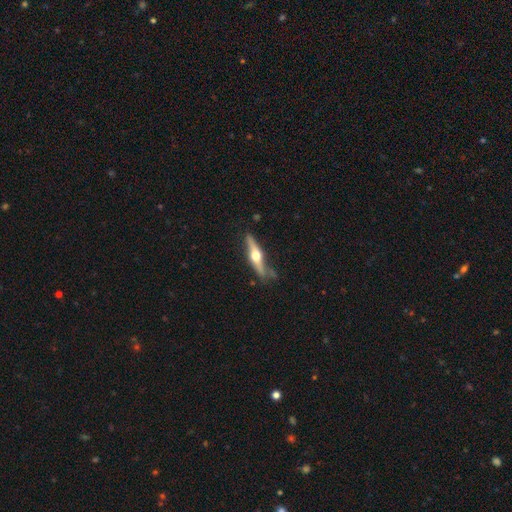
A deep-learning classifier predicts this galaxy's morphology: featured or disk 71%, smooth 24%, star or artifact 5%. Down the decision tree: edge-on disk — yes (95%); edge-on bulge — rounded (96%); merging — none (75%).